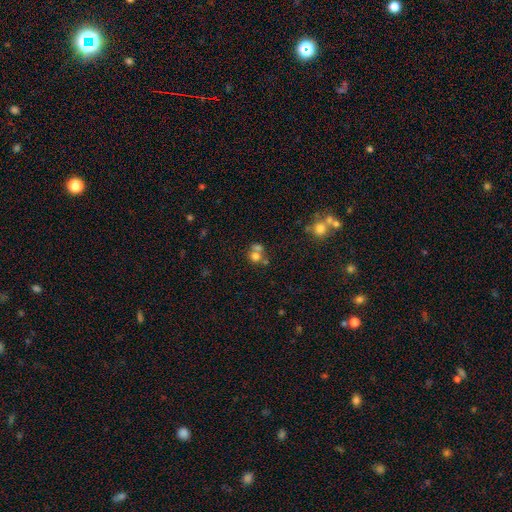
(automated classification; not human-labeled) This is likely a smooth galaxy (68%). How rounded: likely round (79%). Merging: possibly merger (50%).